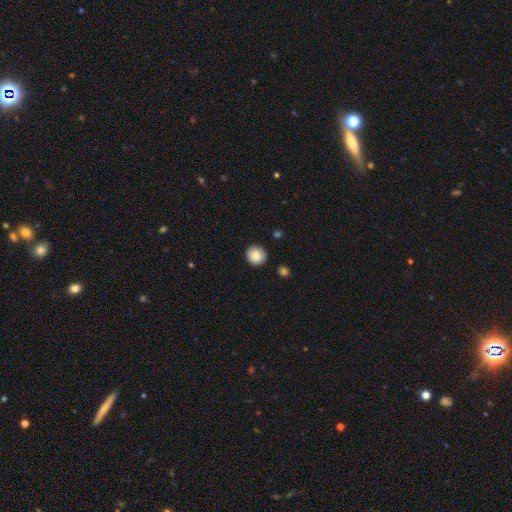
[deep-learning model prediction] smooth-or-featured: smooth: 86% | star or artifact: 8% | featured or disk: 5%
  how-rounded: round: 93% | in between: 6% | cigar-shaped: 1%
  merging: none: 89% | minor disturbance: 7% | major disturbance: 2% | merger: 2%